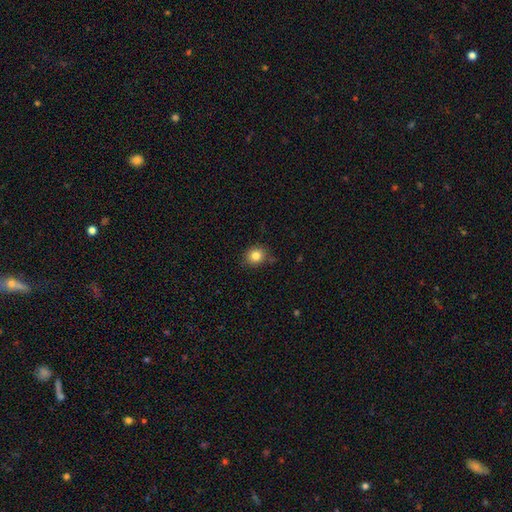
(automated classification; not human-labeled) Smooth or featured: smooth — 82% (star or artifact — 11%)
How rounded: round — 76% (in between — 23%)
Merging: none — 79% (minor disturbance — 16%)